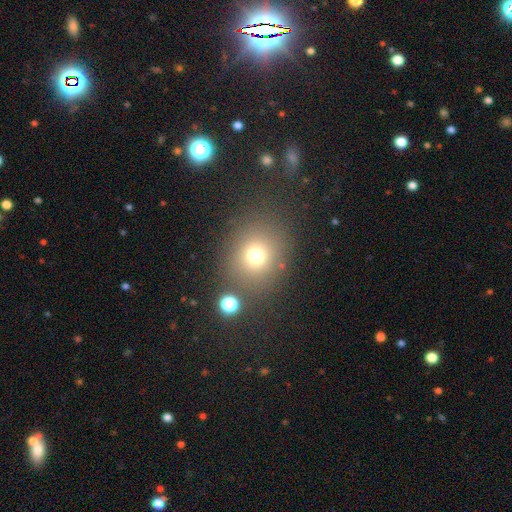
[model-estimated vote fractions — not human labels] smooth_or_featured: smooth (p=0.72) [alt: star or artifact p=0.18]
how_rounded: round (p=0.79) [alt: in between p=0.20]
merging: none (p=0.78) [alt: minor disturbance p=0.10]